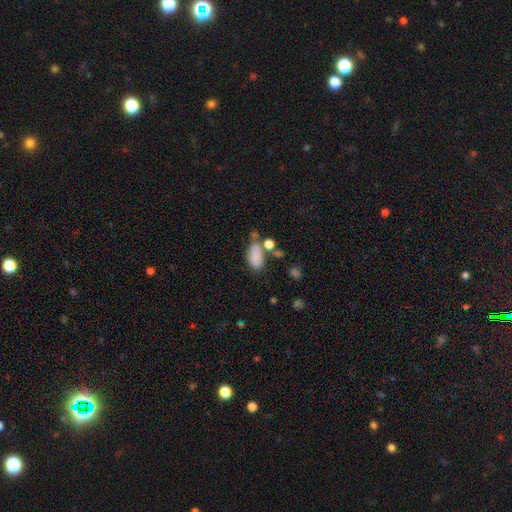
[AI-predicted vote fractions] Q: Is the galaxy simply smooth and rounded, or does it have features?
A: smooth — 79%.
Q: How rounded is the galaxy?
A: in between — 89%.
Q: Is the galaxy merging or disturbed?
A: none — 41%.